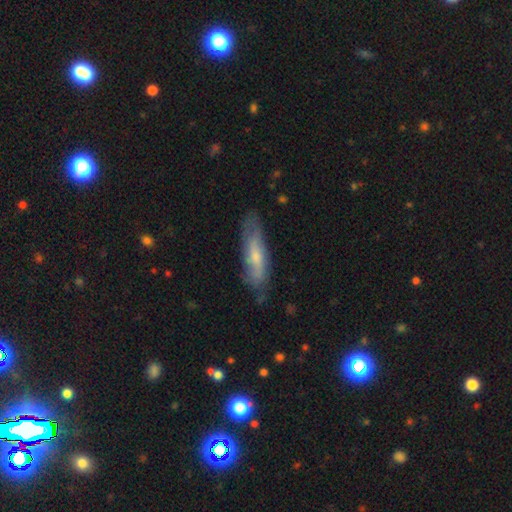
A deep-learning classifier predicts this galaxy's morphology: This appears to be a smooth galaxy with no disk features (52%) that is cigar-shaped (55%). Merging: none (65%).